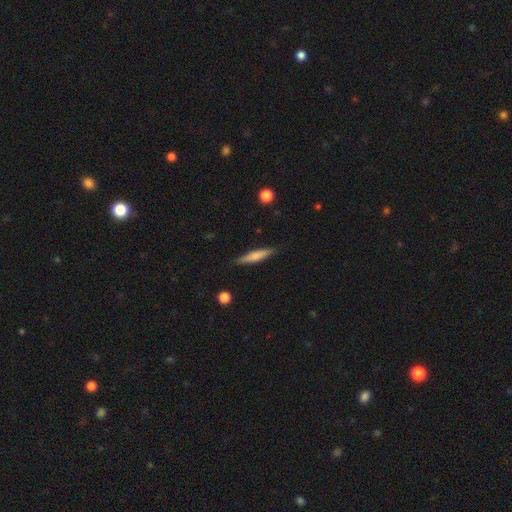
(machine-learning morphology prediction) Smooth or featured: smooth — 67% (featured or disk — 27%)
How rounded: cigar-shaped — 87% (in between — 12%)
Merging: none — 87% (minor disturbance — 10%)